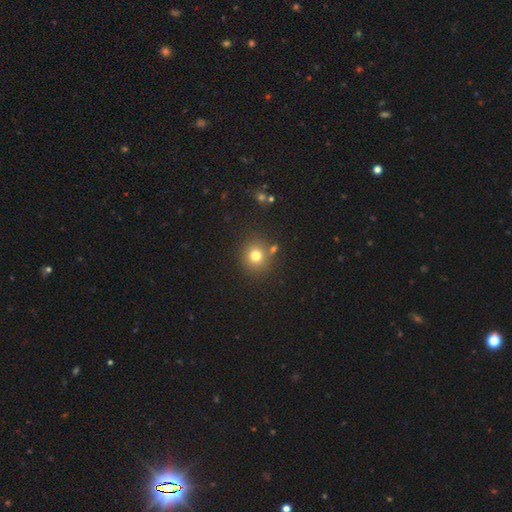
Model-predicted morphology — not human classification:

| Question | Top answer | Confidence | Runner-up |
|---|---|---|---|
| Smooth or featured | smooth | 77% | star or artifact (15%) |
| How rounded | round | 88% | in between (11%) |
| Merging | none | 80% | minor disturbance (9%) |